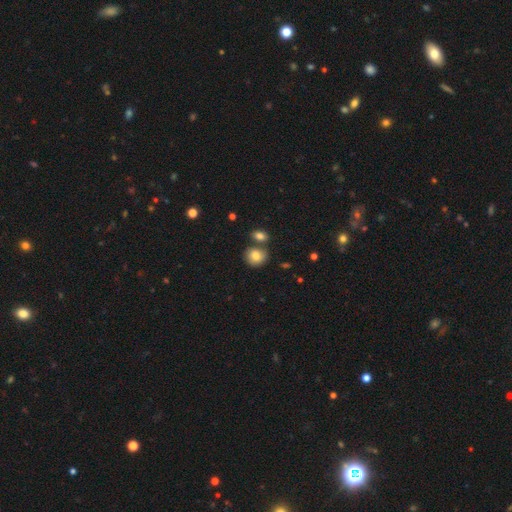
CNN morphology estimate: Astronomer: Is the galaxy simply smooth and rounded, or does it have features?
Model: smooth — 80%.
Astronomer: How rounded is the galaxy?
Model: round — 73%.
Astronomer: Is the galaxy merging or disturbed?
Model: none — 61%.